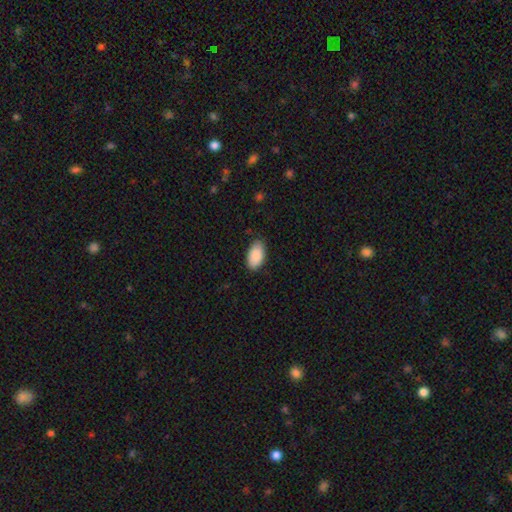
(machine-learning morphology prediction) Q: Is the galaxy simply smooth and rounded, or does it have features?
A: smooth — 90%.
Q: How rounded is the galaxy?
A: in between — 95%.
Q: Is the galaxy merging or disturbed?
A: none — 79%.